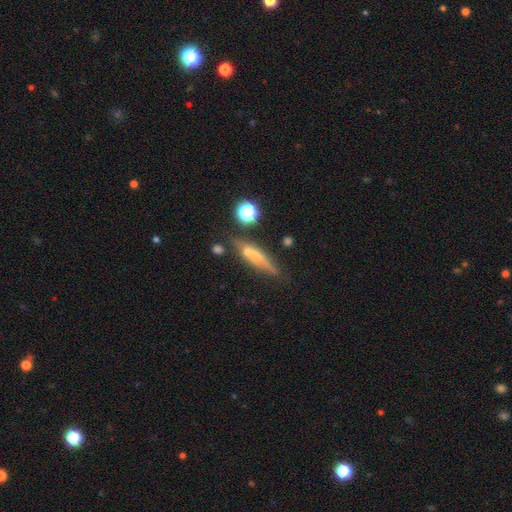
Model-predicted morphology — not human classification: smooth-or-featured: featured or disk: 47% | smooth: 39% | star or artifact: 14%
  merging: none: 66% | minor disturbance: 16% | merger: 11% | major disturbance: 6%